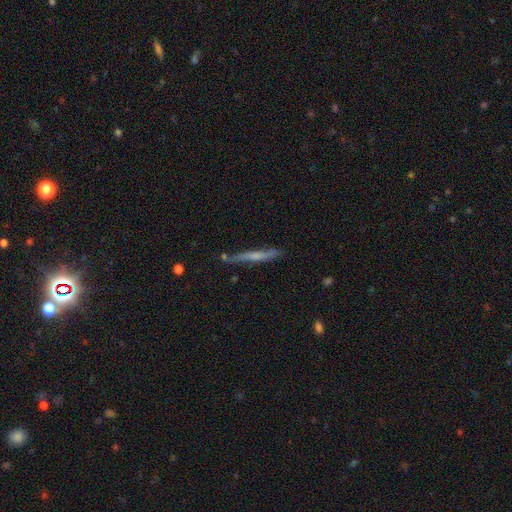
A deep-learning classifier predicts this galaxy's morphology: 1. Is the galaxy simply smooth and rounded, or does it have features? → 57% featured or disk, 36% smooth, 7% star or artifact.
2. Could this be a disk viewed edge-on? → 93% yes, 7% no.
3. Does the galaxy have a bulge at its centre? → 46% none, 43% rounded, 11% boxy.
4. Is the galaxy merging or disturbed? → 74% none, 17% minor disturbance, 5% merger, 4% major disturbance.